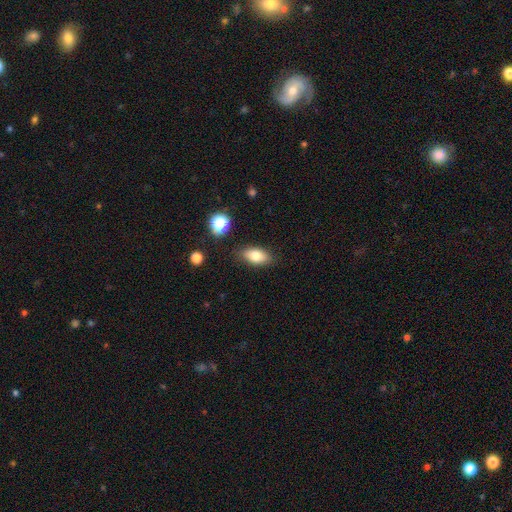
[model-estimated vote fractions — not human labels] A smooth galaxy with no disk features (79%) that is in between round and cigar-shaped (88%). Merging: none (83%).